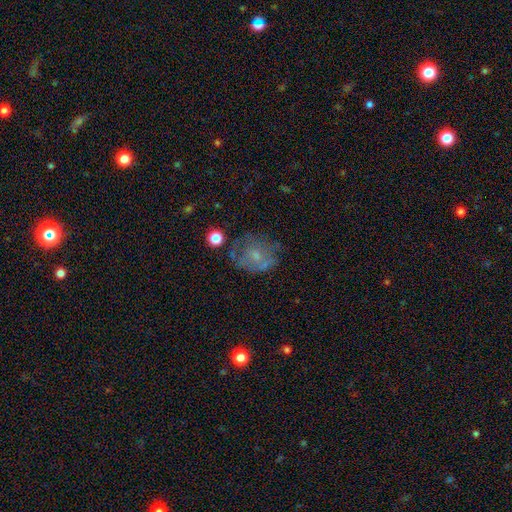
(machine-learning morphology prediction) A featured or disk galaxy (44%). Merging: none (50%).